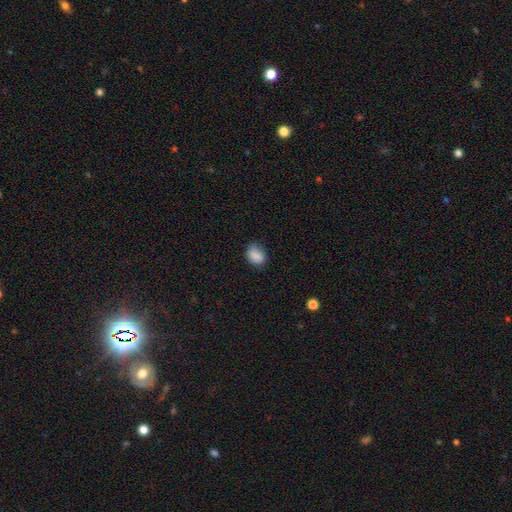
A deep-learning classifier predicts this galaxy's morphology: smooth-or-featured: smooth: 84% | star or artifact: 9% | featured or disk: 7%
  how-rounded: in between: 65% | round: 34% | cigar-shaped: 1%
  merging: none: 65% | minor disturbance: 27% | major disturbance: 6% | merger: 2%